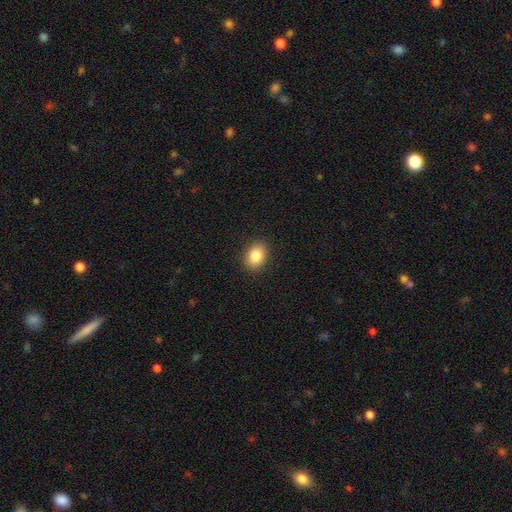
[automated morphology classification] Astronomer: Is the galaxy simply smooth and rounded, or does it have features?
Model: smooth — 85%.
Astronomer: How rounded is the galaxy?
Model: in between — 67%.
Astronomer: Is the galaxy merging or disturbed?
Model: none — 90%.